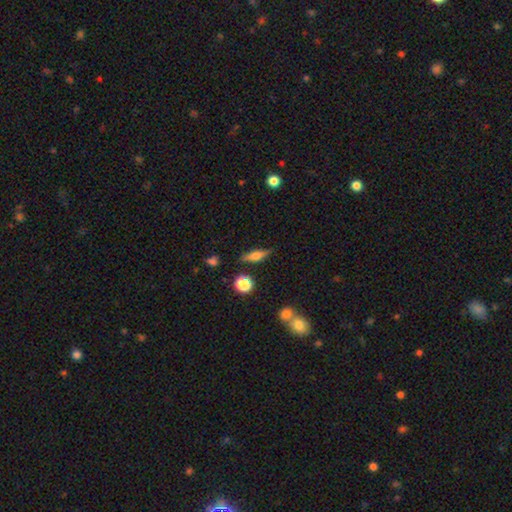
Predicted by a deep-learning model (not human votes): A smooth galaxy with no disk features (54%) that is cigar-shaped (52%). Merging: none (83%).